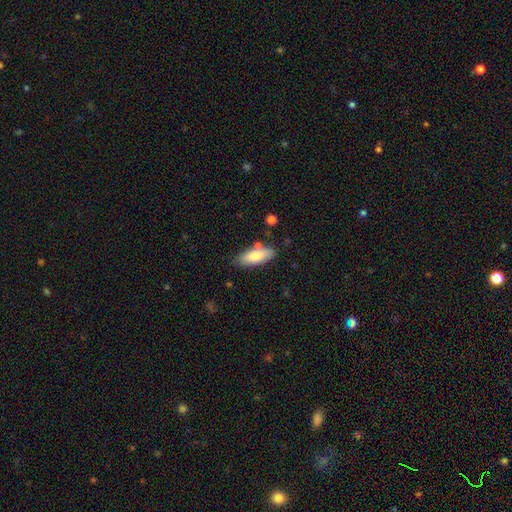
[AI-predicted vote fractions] Smooth or featured: smooth — 78% (featured or disk — 15%)
How rounded: in between — 70% (cigar-shaped — 28%)
Merging: none — 77% (minor disturbance — 14%)